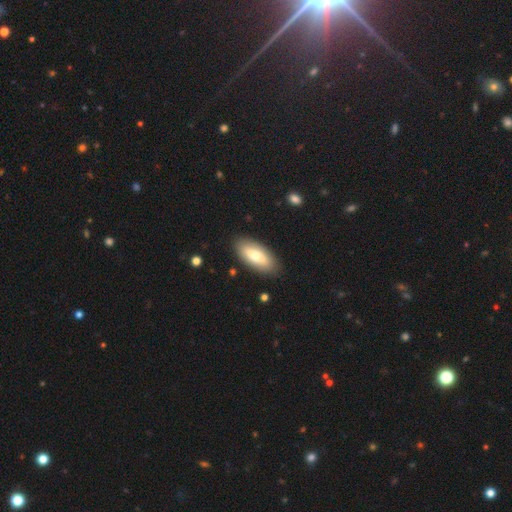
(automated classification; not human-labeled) smooth_or_featured: smooth (p=0.66) [alt: featured or disk p=0.28]
how_rounded: in between (p=0.86) [alt: cigar-shaped p=0.12]
merging: none (p=0.88) [alt: minor disturbance p=0.09]